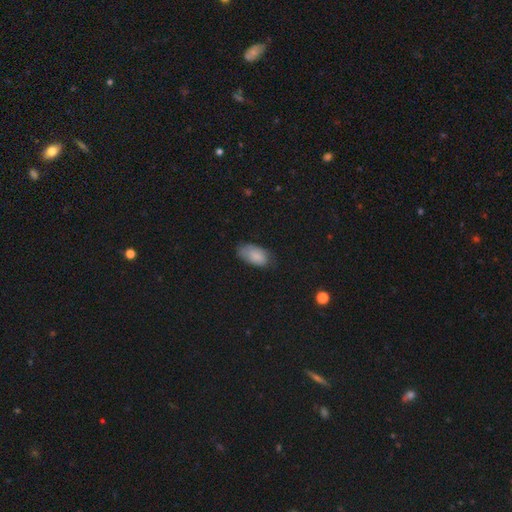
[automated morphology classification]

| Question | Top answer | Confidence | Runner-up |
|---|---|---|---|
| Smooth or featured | smooth | 81% | featured or disk (11%) |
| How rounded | in between | 94% | round (3%) |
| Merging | none | 58% | minor disturbance (32%) |